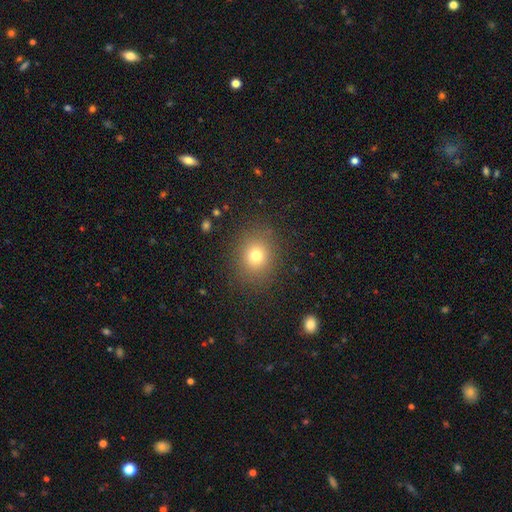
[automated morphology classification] smooth 75%, star or artifact 15%, featured or disk 10%. Down the decision tree: how rounded — round (70%); merging — none (86%).